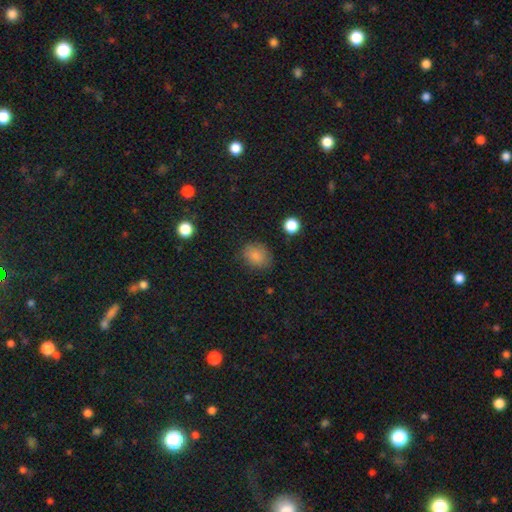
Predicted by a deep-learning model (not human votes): Smooth or featured?
  - smooth: 83% *
  - star or artifact: 11%
  - featured or disk: 6%
How rounded?
  - in between: 53% *
  - round: 45%
  - cigar-shaped: 1%
Merging?
  - none: 76% *
  - minor disturbance: 17%
  - major disturbance: 5%
  - merger: 2%